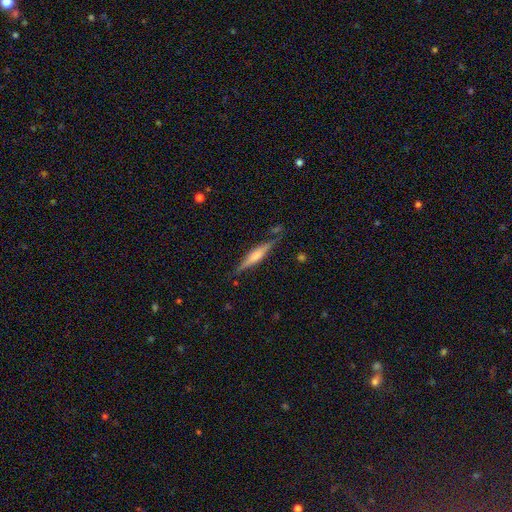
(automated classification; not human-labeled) Smooth or featured? Predicted: featured or disk (p=0.59). Edge-on disk? Predicted: yes (p=0.96). Edge-on bulge? Predicted: rounded (p=0.58). Merging? Predicted: none (p=0.81).